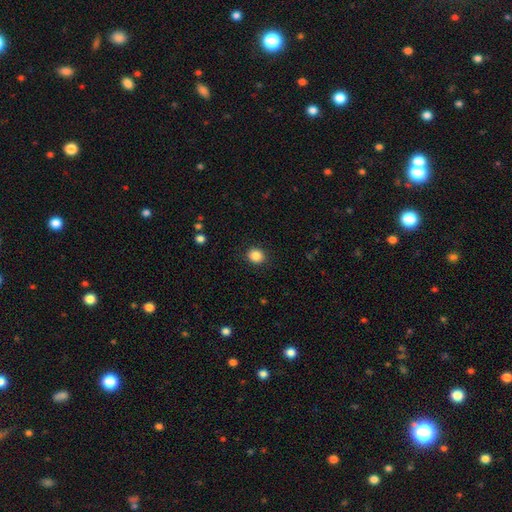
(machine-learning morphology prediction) type=smooth (87%); roundness=round (85%); merging=none (90%).